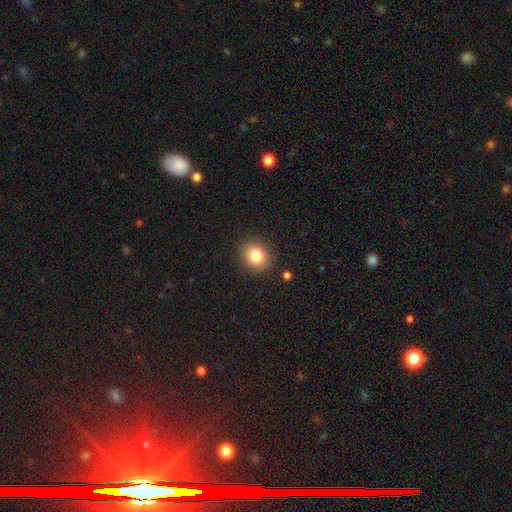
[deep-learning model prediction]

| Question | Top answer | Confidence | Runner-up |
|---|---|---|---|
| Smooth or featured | smooth | 83% | star or artifact (10%) |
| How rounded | round | 74% | in between (25%) |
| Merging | none | 88% | minor disturbance (8%) |